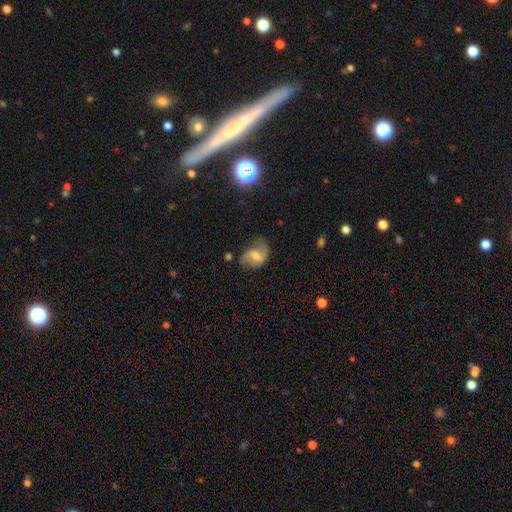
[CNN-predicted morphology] A featured or disk galaxy (60%) with a weak bar (51%), spiral arms (85%) and a moderate central bulge (47%).

Vote fractions:
- Smooth or featured? featured or disk: 60% / smooth: 30% / star or artifact: 9%
- Edge-on disk? no: 97% / yes: 3%
- Bar? weak: 51% / no: 33% / strong: 16%
- Spiral arms? yes: 85% / no: 15%
- Bulge size? moderate: 47% / small: 40% / none: 8% / large: 4% / dominant: 1%
- Merging? none: 53% / minor disturbance: 29% / major disturbance: 15% / merger: 3%